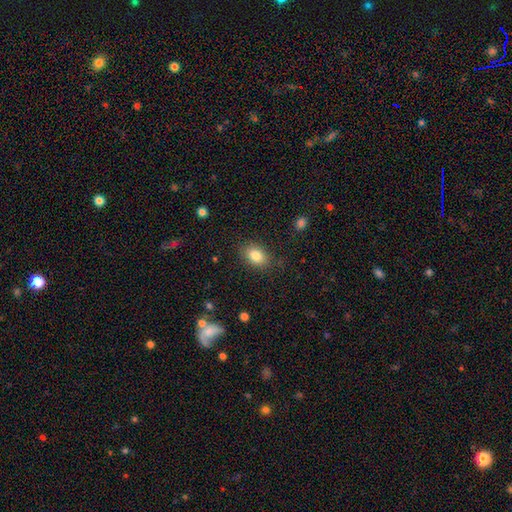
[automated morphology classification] This is clearly a smooth galaxy (83%). How rounded: likely in between (78%). Merging: clearly none (84%).